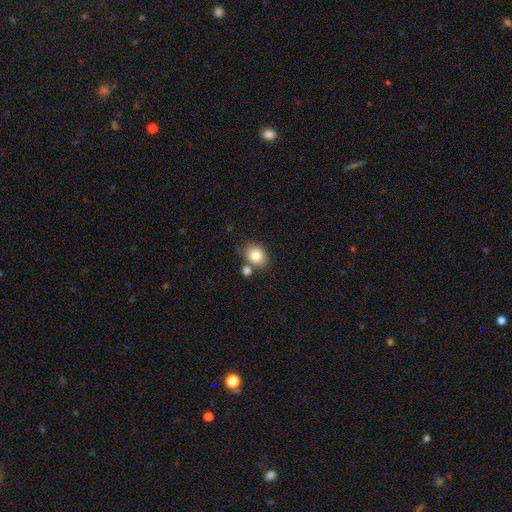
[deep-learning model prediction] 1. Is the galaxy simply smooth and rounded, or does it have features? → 82% smooth, 9% star or artifact, 9% featured or disk.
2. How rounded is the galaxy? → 52% round, 47% in between, 1% cigar-shaped.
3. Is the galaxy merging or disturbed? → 67% none, 17% merger, 12% minor disturbance, 3% major disturbance.